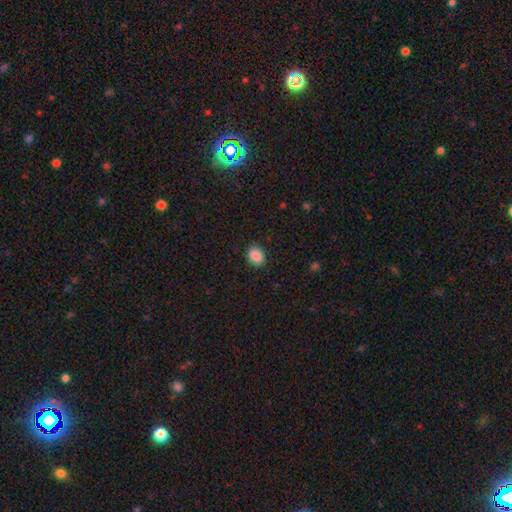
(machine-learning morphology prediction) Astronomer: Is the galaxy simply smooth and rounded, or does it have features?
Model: smooth — 88%.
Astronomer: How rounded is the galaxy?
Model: round — 53% (runner-up: in between, 46%).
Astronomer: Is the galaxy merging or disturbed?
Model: none — 89%.